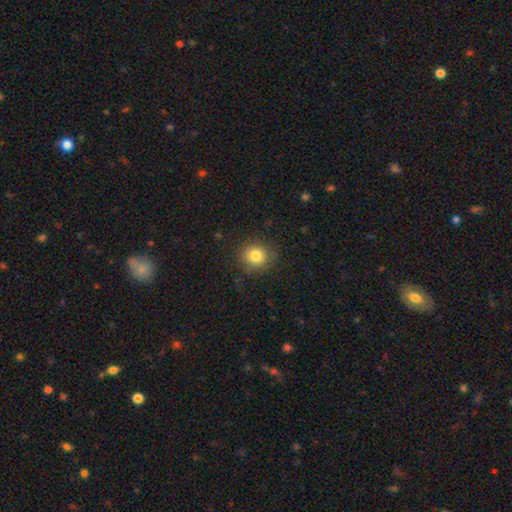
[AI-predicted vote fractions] This appears to be a smooth galaxy with no disk features (82%) that is round (89%). Merging: none (86%).